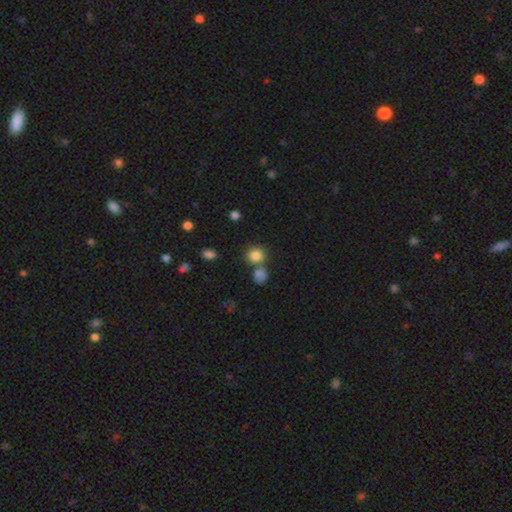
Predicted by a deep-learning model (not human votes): Smooth or featured: smooth — 83% (star or artifact — 11%)
How rounded: round — 84% (in between — 15%)
Merging: none — 63% (merger — 25%)